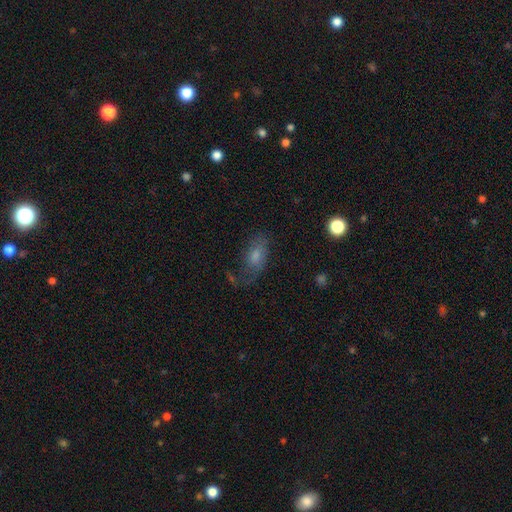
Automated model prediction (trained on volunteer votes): smooth_or_featured: smooth (p=0.43) [alt: featured or disk p=0.42]
merging: none (p=0.54) [alt: minor disturbance p=0.22]